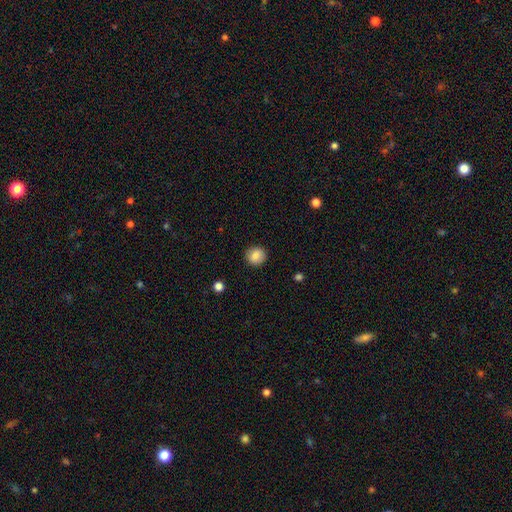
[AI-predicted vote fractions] A smooth galaxy with no disk features (86%) that is round (87%).

Vote fractions:
- Smooth or featured? smooth: 86% / star or artifact: 9% / featured or disk: 5%
- How rounded? round: 87% / in between: 12% / cigar-shaped: 1%
- Merging? none: 90% / minor disturbance: 7% / major disturbance: 2% / merger: 1%